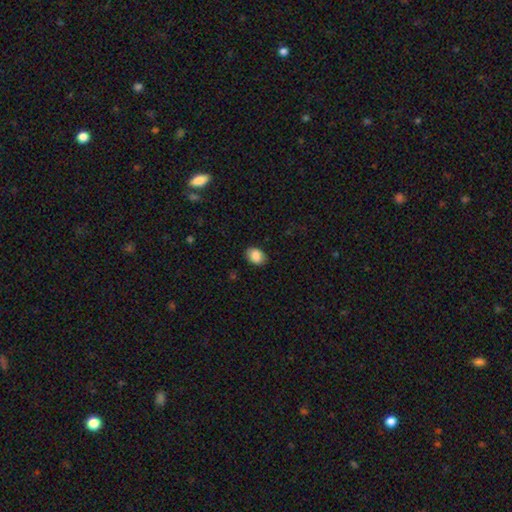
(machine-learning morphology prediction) Smooth or featured: smooth — 88% (star or artifact — 8%)
How rounded: in between — 73% (round — 26%)
Merging: none — 86% (minor disturbance — 10%)